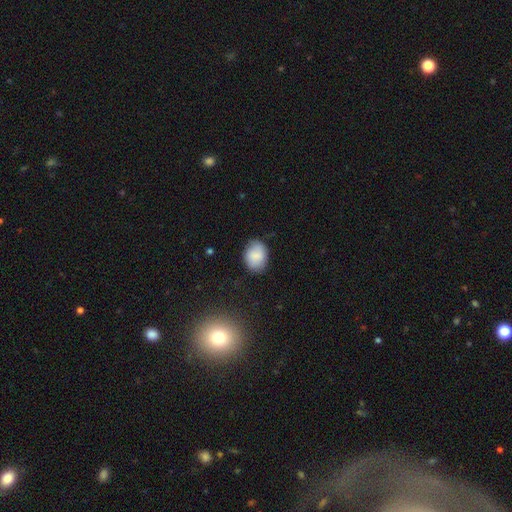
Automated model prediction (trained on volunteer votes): Morphology: type=smooth (82%); roundness=in between (63%); merging=none (77%).